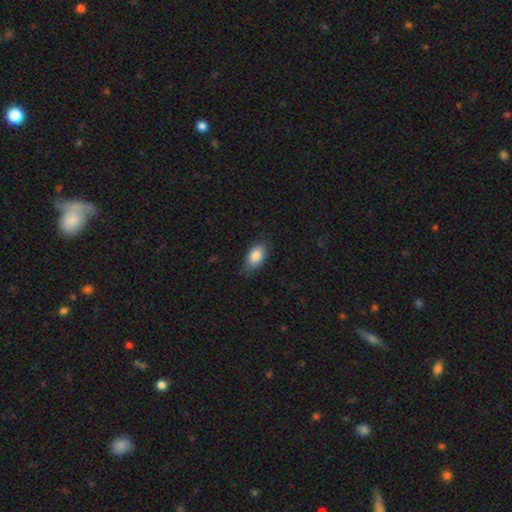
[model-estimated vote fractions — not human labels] smooth-or-featured: smooth: 85% | featured or disk: 8% | star or artifact: 7%
  how-rounded: in between: 91% | round: 6% | cigar-shaped: 3%
  merging: none: 76% | minor disturbance: 19% | major disturbance: 4% | merger: 1%